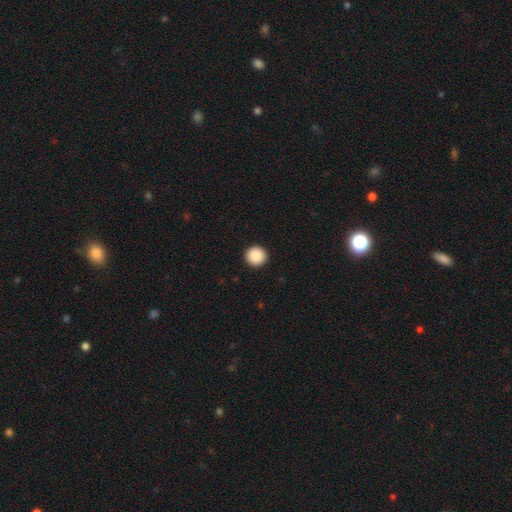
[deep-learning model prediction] Smooth or featured: smooth — 90% (star or artifact — 8%)
How rounded: round — 96% (in between — 3%)
Merging: none — 94% (minor disturbance — 4%)